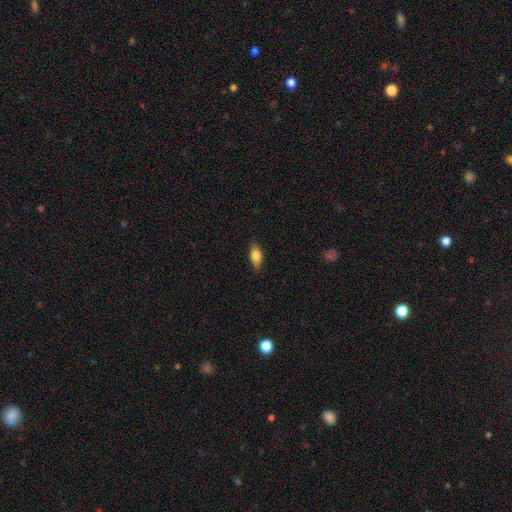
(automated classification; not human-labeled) Overall: smooth (78%). How rounded: in between (81%). Merging: none (86%).